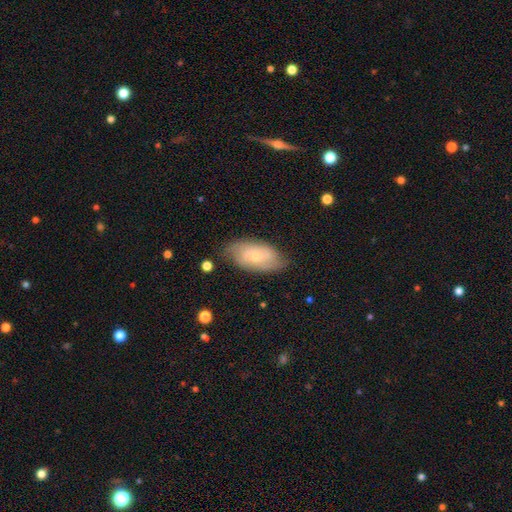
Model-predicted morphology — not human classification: Smooth or featured? featured or disk (62%)
Edge-on disk? no (93%)
Bar? no (73%)
Spiral arms? yes (84%)
Bulge size? small (66%)
Merging? none (75%)